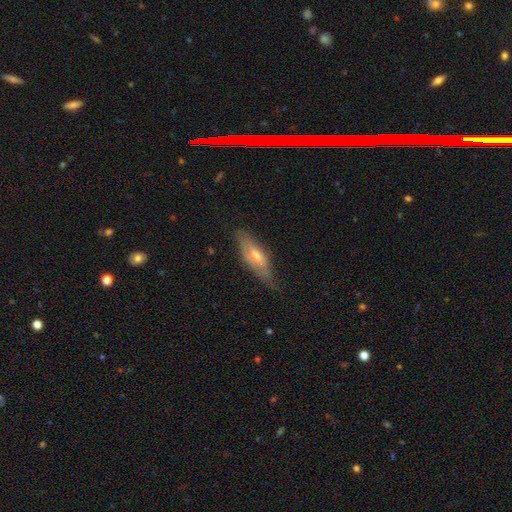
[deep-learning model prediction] The model was most divided on "smooth or featured": featured or disk: 52%, smooth: 41%, star or artifact: 7%. More confident: merging — none (65%); edge-on disk — yes (64%).